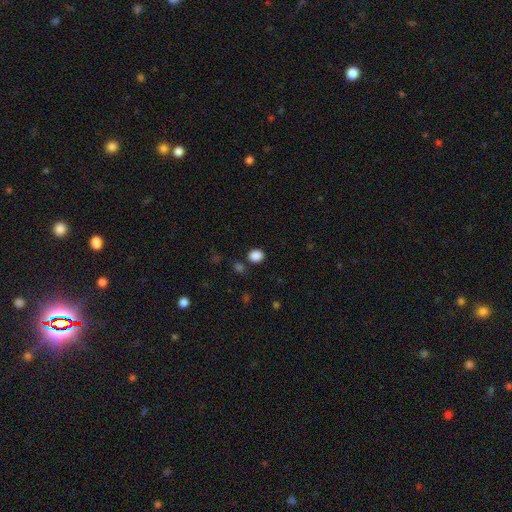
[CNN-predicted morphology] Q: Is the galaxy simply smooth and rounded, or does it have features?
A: smooth — 87%.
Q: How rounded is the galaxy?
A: round — 63%.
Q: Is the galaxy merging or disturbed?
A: none — 83%.